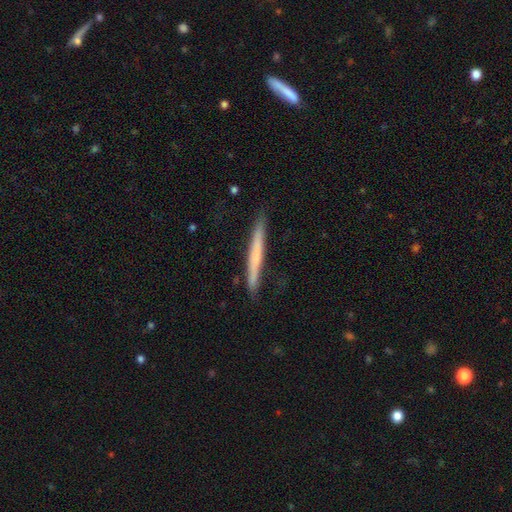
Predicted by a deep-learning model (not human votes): smooth 53%, featured or disk 41%, star or artifact 6%. Down the decision tree: how rounded — cigar-shaped (97%); merging — none (86%).